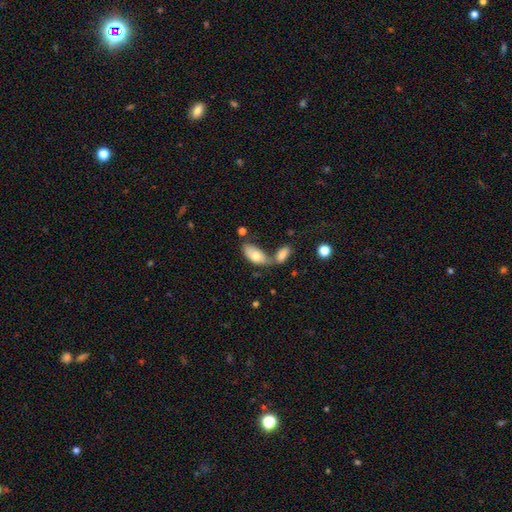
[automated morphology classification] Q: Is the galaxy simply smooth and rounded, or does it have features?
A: smooth — 72%.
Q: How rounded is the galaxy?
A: in between — 90%.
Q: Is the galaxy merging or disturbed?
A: merger — 42%.